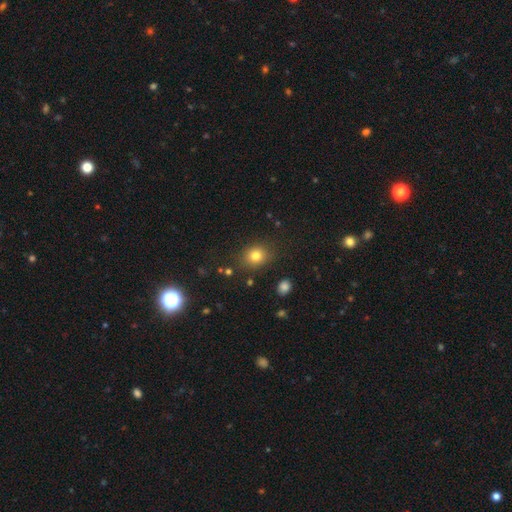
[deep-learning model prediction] smooth_or_featured: smooth (p=0.80) [alt: star or artifact p=0.13]
how_rounded: round (p=0.68) [alt: in between p=0.31]
merging: none (p=0.84) [alt: minor disturbance p=0.10]